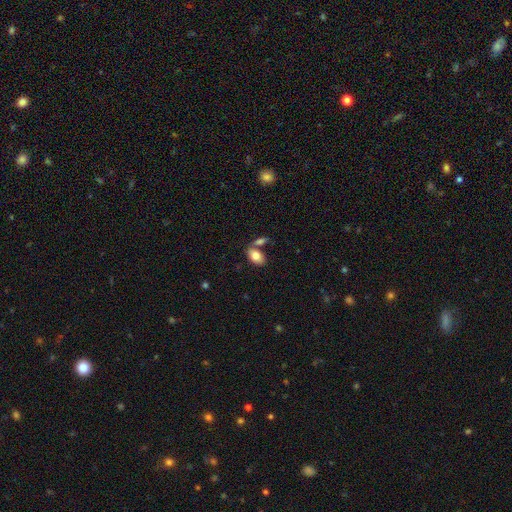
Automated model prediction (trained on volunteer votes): Q: Smooth or featured?
A: smooth (81%); runner-up: featured or disk (12%)
Q: How rounded?
A: in between (91%); runner-up: round (7%)
Q: Merging?
A: none (58%); runner-up: merger (26%)